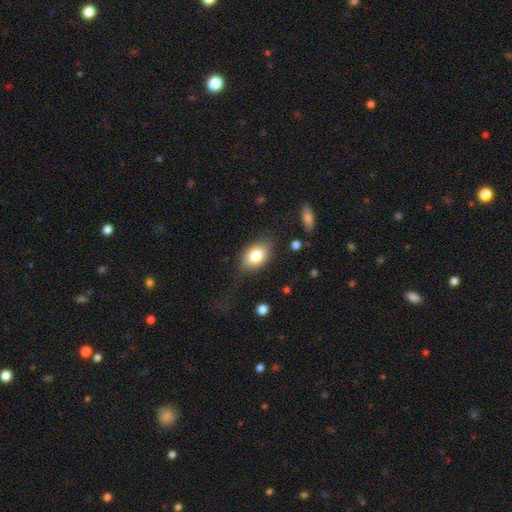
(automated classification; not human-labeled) Smooth or featured?
  - smooth: 79% *
  - featured or disk: 13%
  - star or artifact: 8%
How rounded?
  - in between: 81% *
  - round: 17%
  - cigar-shaped: 1%
Merging?
  - none: 76% *
  - minor disturbance: 16%
  - major disturbance: 6%
  - merger: 2%